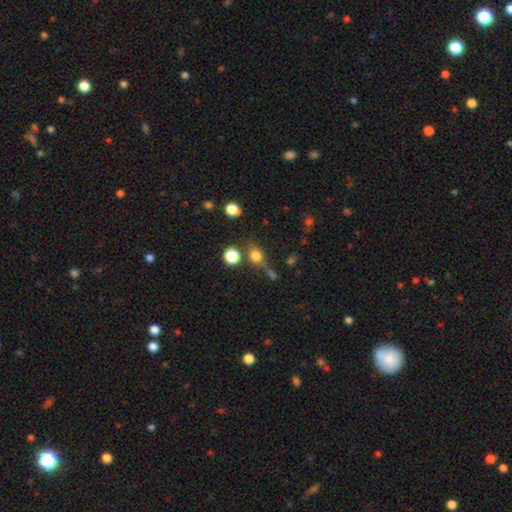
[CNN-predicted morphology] Smooth or featured? smooth (69%)
How rounded? round (62%)
Merging? none (54%)